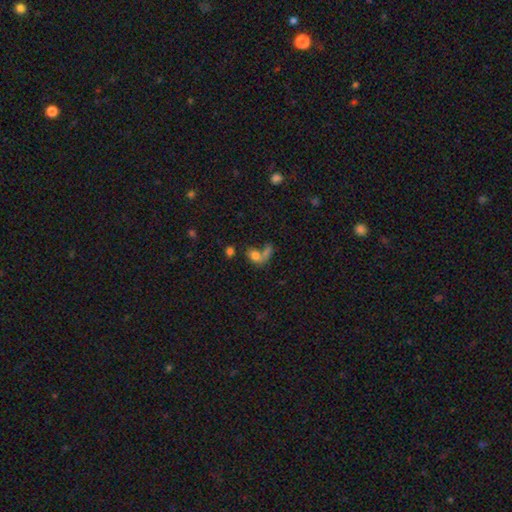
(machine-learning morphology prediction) Smooth or featured? Predicted: smooth (p=0.61). How rounded? Predicted: in between (p=0.58). Merging? Predicted: merger (p=0.47).